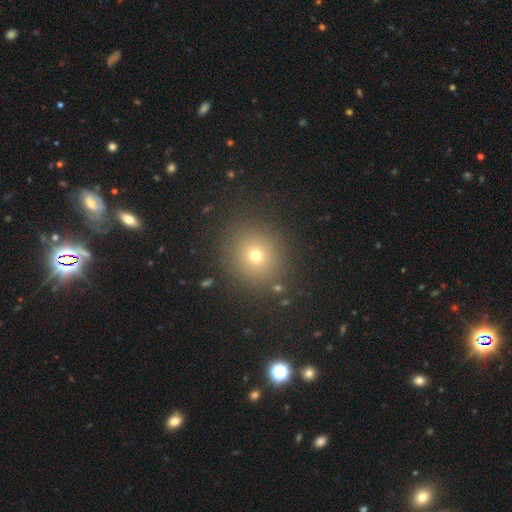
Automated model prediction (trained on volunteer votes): Smooth or featured? Predicted: smooth (p=0.69). How rounded? Predicted: round (p=0.85). Merging? Predicted: none (p=0.87).